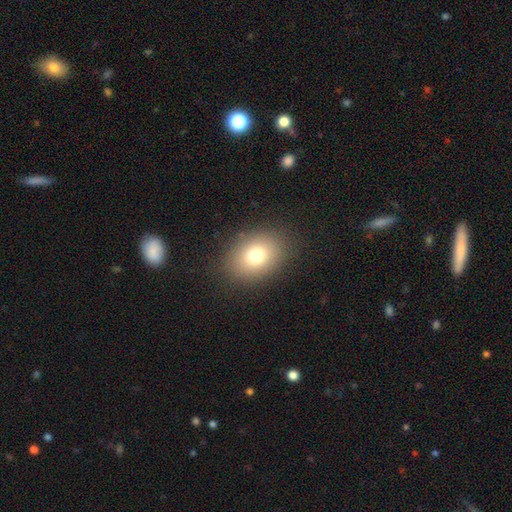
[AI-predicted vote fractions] smooth_or_featured: smooth (p=0.76) [alt: star or artifact p=0.12]
how_rounded: in between (p=0.66) [alt: round p=0.33]
merging: none (p=0.86) [alt: minor disturbance p=0.09]